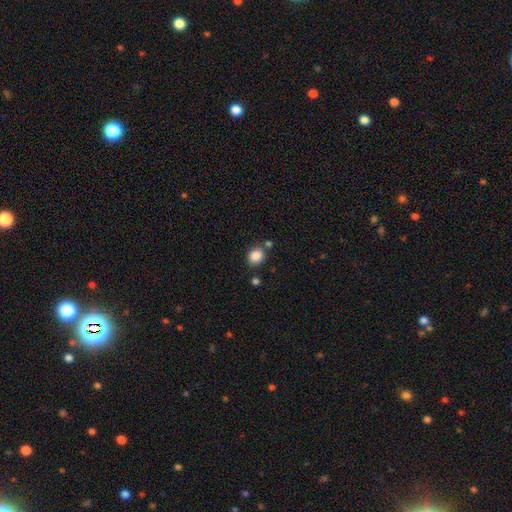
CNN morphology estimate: smooth 86%, star or artifact 10%, featured or disk 4%. Down the decision tree: how rounded — round (71%); merging — none (73%).